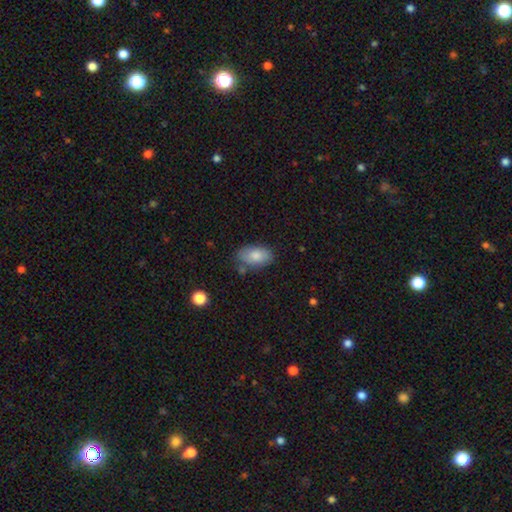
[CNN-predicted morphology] Smooth or featured? Predicted: smooth (p=0.81). How rounded? Predicted: in between (p=0.93). Merging? Predicted: none (p=0.73).